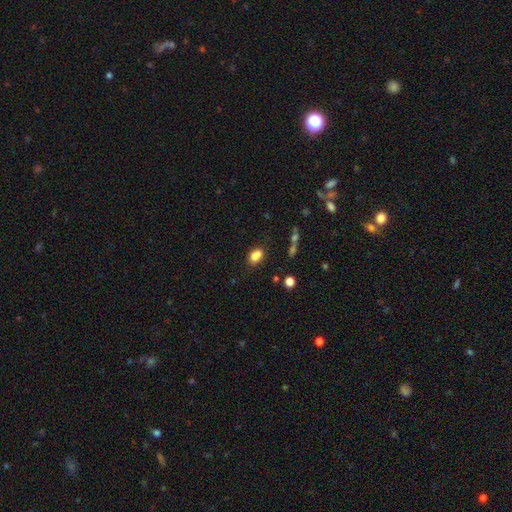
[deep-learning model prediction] Overall: smooth (82%). How rounded: in between (77%). Merging: none (62%).